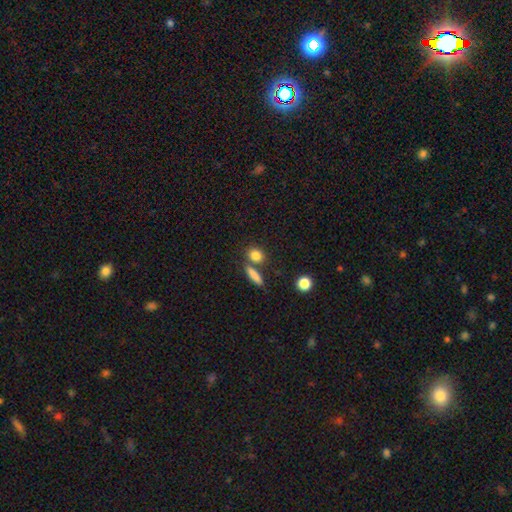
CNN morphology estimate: A smooth galaxy with no disk features (84%) that is round (57%).

Vote fractions:
- Smooth or featured? smooth: 84% / star or artifact: 9% / featured or disk: 7%
- How rounded? round: 57% / in between: 34% / cigar-shaped: 9%
- Merging? none: 68% / merger: 18% / minor disturbance: 10% / major disturbance: 4%